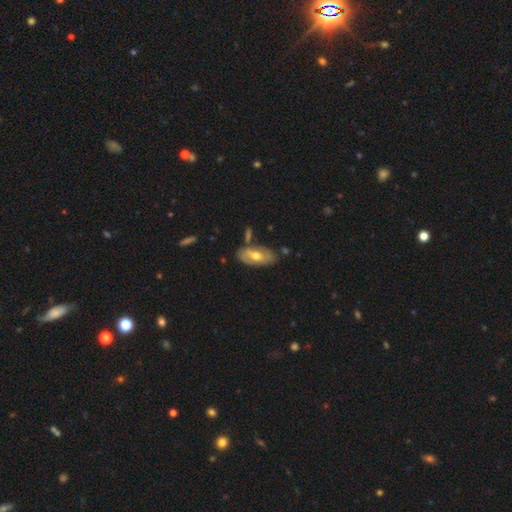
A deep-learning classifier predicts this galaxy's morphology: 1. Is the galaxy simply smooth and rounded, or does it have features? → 51% featured or disk, 43% smooth, 6% star or artifact.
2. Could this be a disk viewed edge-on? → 84% no, 16% yes.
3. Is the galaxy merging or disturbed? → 68% none, 19% minor disturbance, 8% merger, 5% major disturbance.